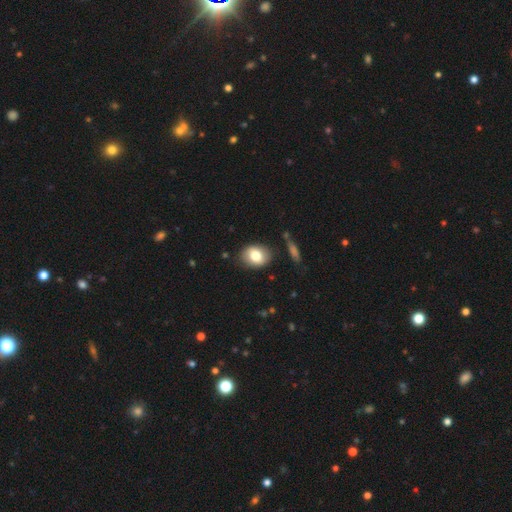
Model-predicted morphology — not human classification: Smooth or featured? smooth (76%)
How rounded? in between (66%)
Merging? none (81%)